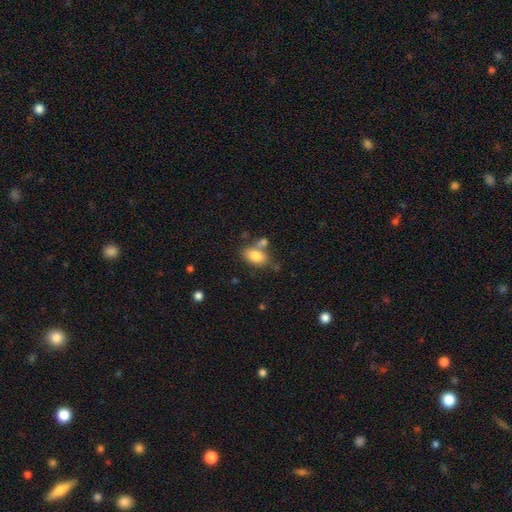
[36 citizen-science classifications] Morphology: type=smooth (94%); roundness=in between (91%); merging=none (53%).